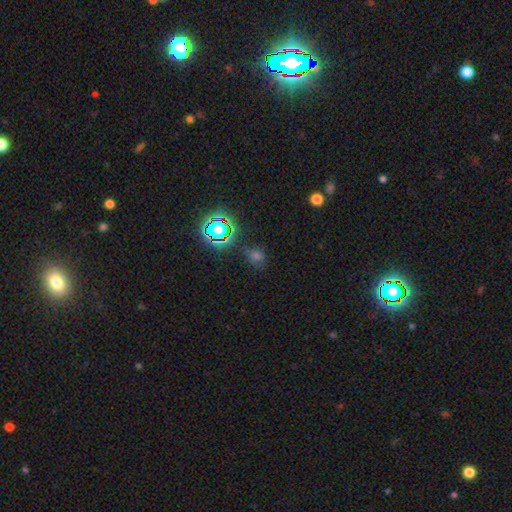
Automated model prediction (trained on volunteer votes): Smooth or featured? star or artifact (47%)